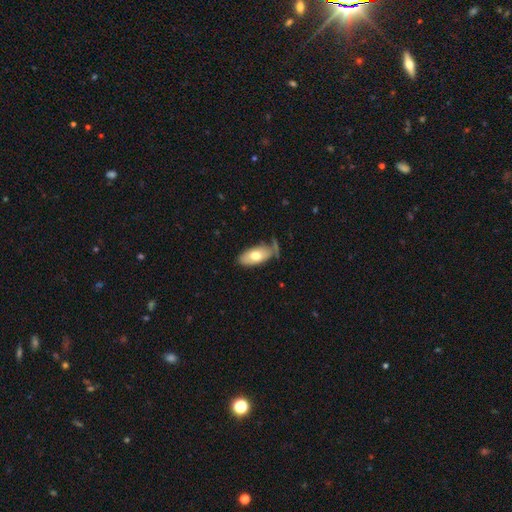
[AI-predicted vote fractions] Overall: smooth (70%). How rounded: in between (92%). Merging: none (59%; minor disturbance 25%).